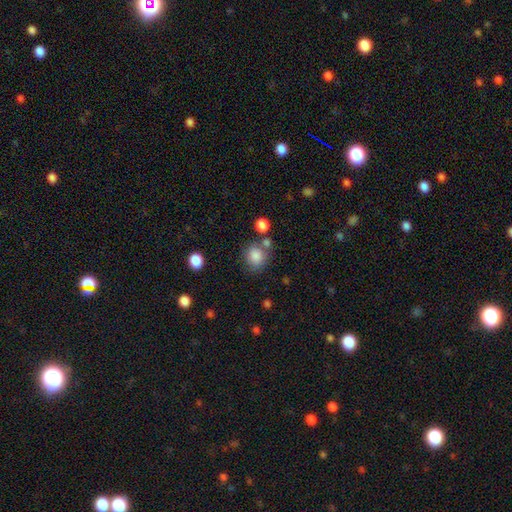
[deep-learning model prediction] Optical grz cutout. It shows a smooth galaxy with no disk features (84%) that is round (79%). Merging: none (66%).